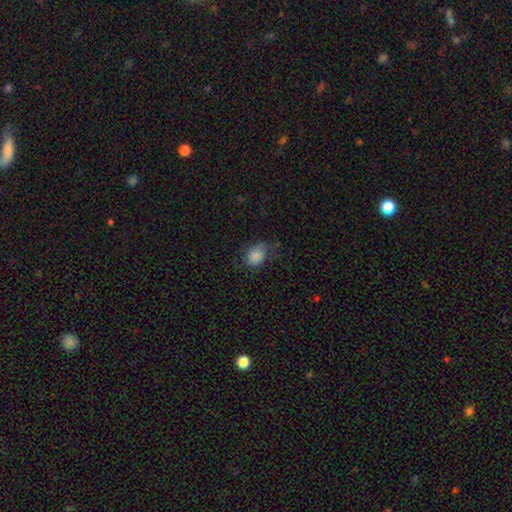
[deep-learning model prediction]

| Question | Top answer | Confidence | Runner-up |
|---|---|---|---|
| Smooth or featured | smooth | 81% | featured or disk (10%) |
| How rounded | in between | 61% | round (38%) |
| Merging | none | 57% | minor disturbance (29%) |